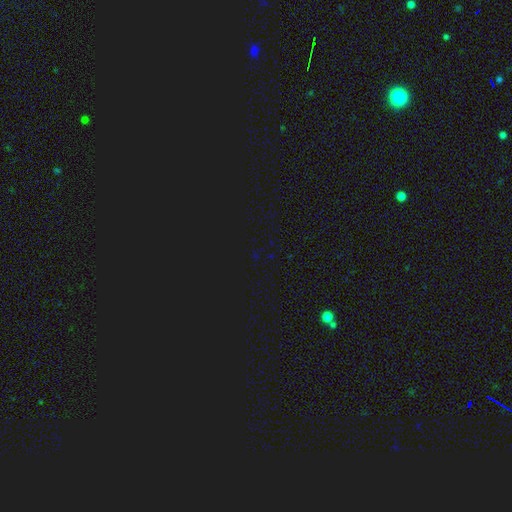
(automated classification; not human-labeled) Smooth or featured: star or artifact — 79% (smooth — 15%)